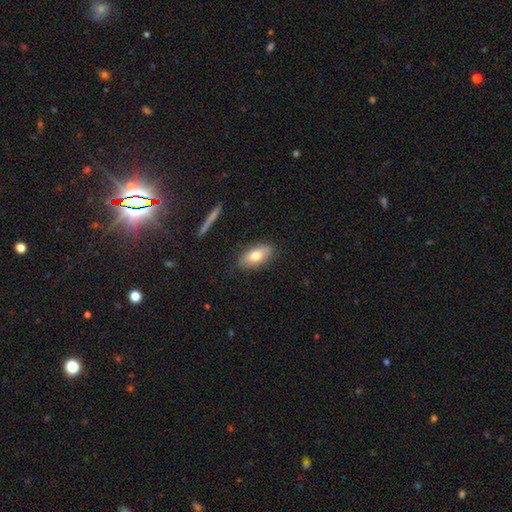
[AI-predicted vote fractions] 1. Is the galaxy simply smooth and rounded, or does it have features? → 74% smooth, 19% featured or disk, 7% star or artifact.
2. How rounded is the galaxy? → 89% in between, 6% cigar-shaped, 5% round.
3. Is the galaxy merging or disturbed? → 83% none, 13% minor disturbance, 3% major disturbance, 2% merger.